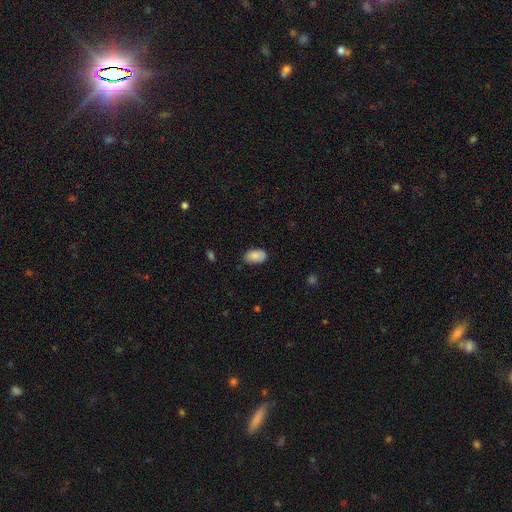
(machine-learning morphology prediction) Q: Smooth or featured?
A: smooth (85%); runner-up: featured or disk (8%)
Q: How rounded?
A: in between (93%); runner-up: round (5%)
Q: Merging?
A: none (76%); runner-up: minor disturbance (20%)